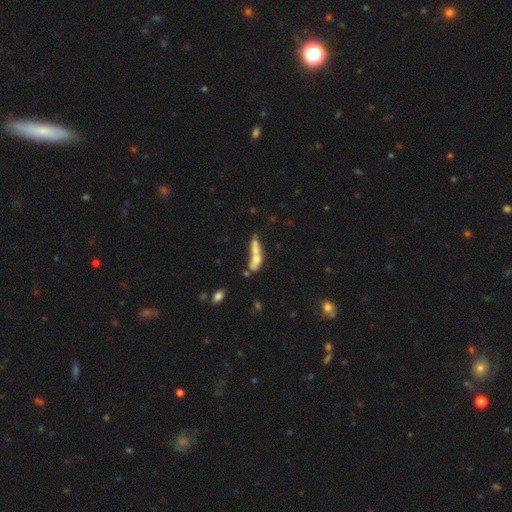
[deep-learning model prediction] Overall: smooth (49%; featured or disk 40%). Merging: merger (47%; none 24%).